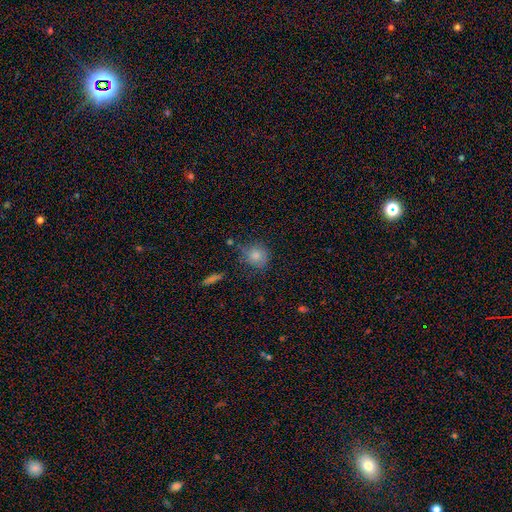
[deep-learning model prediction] Smooth or featured? smooth (81%)
How rounded? round (82%)
Merging? none (71%)